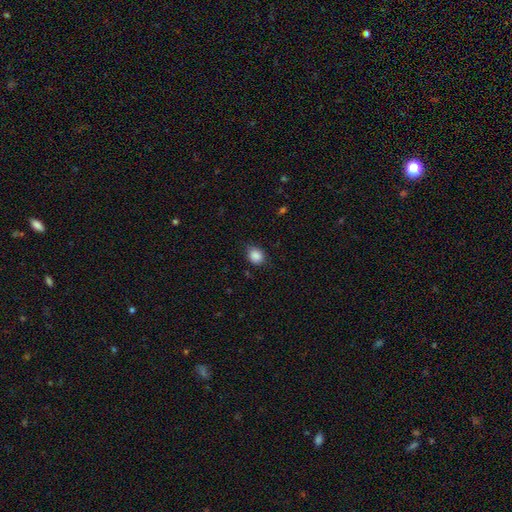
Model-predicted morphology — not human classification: Smooth or featured? smooth (87%)
How rounded? round (57%)
Merging? none (76%)